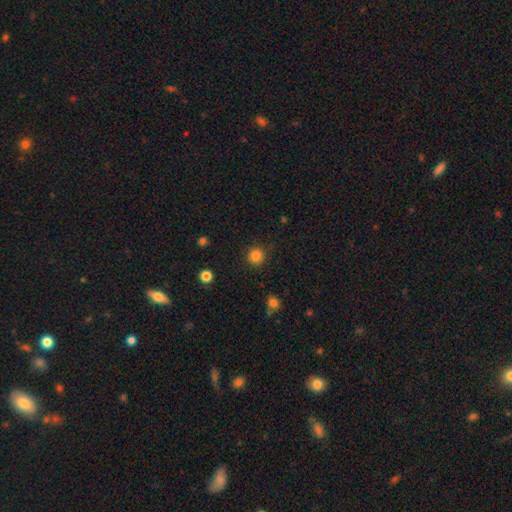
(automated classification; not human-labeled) Smooth or featured? smooth (84%)
How rounded? round (94%)
Merging? none (90%)